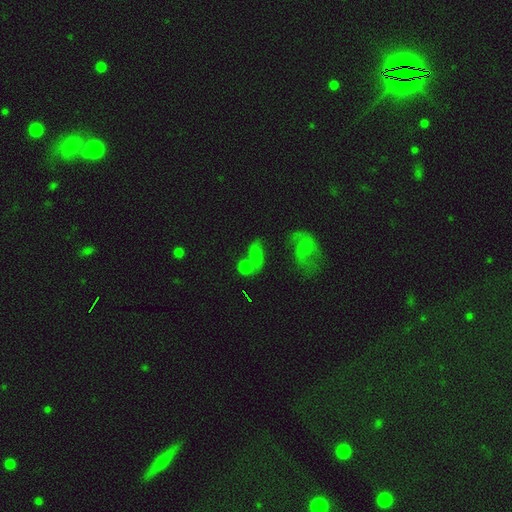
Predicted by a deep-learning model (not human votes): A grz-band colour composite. It shows a smooth galaxy with no disk features (64%) that is in between round and cigar-shaped (53%). Merging: none (40%).